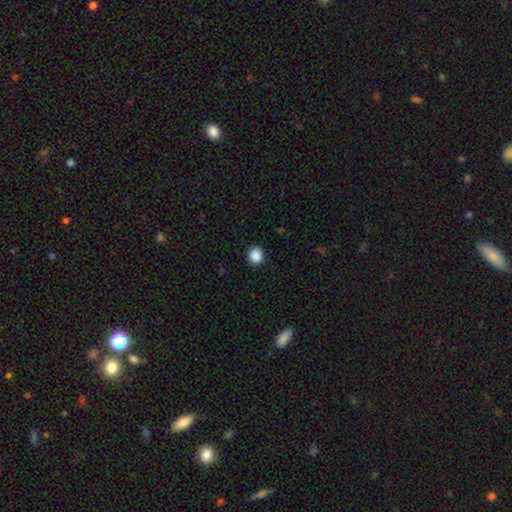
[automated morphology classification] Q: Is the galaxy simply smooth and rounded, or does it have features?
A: smooth — 88%.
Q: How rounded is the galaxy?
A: round — 90%.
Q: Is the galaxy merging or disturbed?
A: none — 92%.